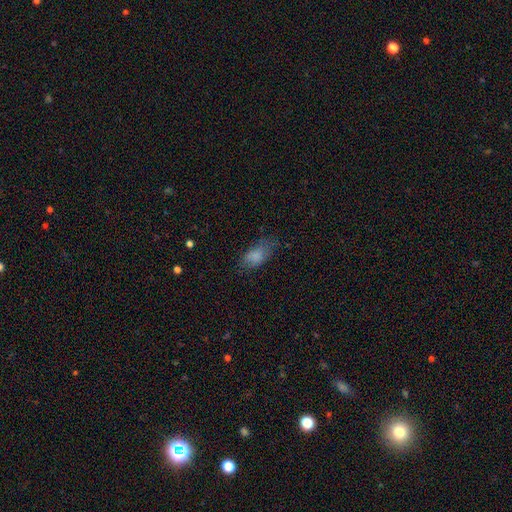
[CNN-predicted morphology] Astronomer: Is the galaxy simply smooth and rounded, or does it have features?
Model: smooth — 79%.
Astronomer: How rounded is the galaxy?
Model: in between — 88%.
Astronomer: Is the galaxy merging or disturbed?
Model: none — 60%.